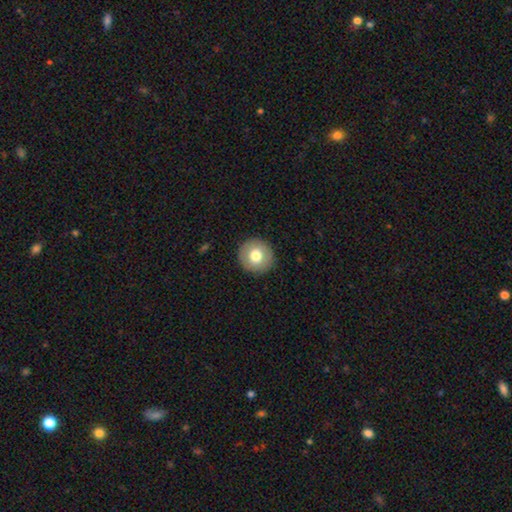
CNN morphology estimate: The model was most divided on "smooth or featured": smooth: 75%, featured or disk: 17%, star or artifact: 8%. More confident: how rounded — round (95%); merging — none (92%).